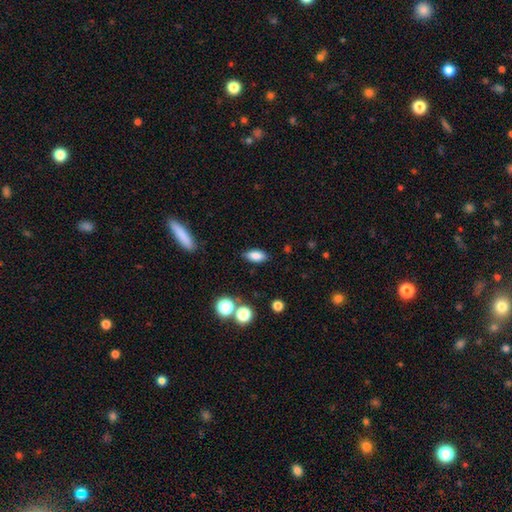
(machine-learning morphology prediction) smooth_or_featured: smooth (p=0.83) [alt: star or artifact p=0.09]
how_rounded: in between (p=0.85) [alt: cigar-shaped p=0.09]
merging: none (p=0.84) [alt: minor disturbance p=0.11]